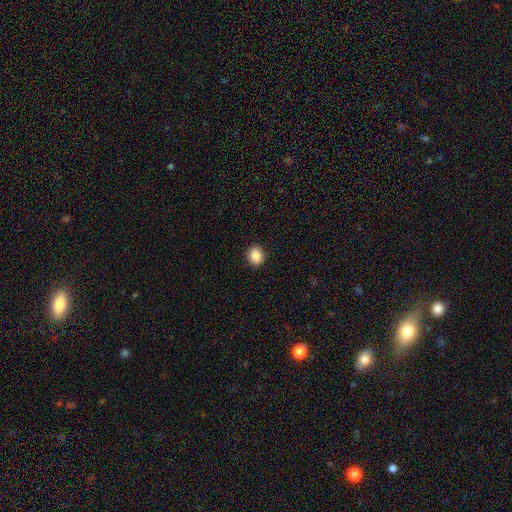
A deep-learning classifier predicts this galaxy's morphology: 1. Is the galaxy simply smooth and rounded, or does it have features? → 87% smooth, 9% star or artifact, 5% featured or disk.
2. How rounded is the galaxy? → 66% round, 33% in between, 1% cigar-shaped.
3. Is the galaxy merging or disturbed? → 91% none, 7% minor disturbance, 2% major disturbance, 1% merger.